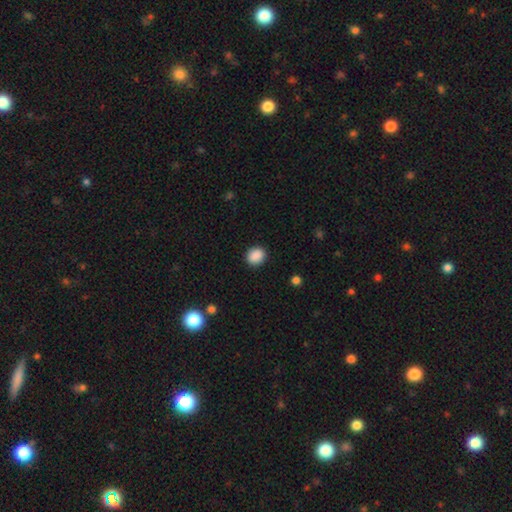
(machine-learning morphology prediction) Overall: smooth (89%). How rounded: round (69%; in between 30%). Merging: none (90%).